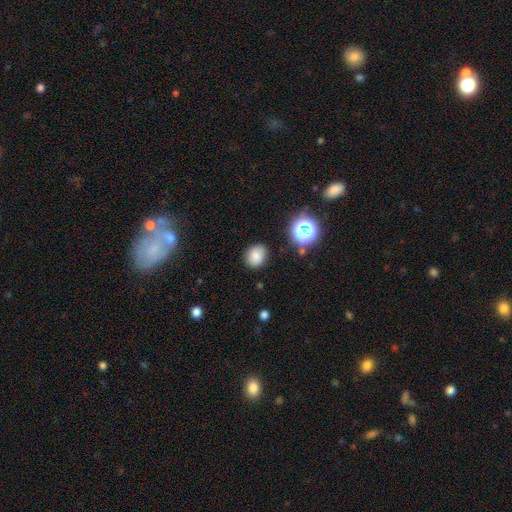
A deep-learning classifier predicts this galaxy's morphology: This is likely a smooth galaxy (79%). How rounded: possibly round (56%). Merging: clearly none (84%).